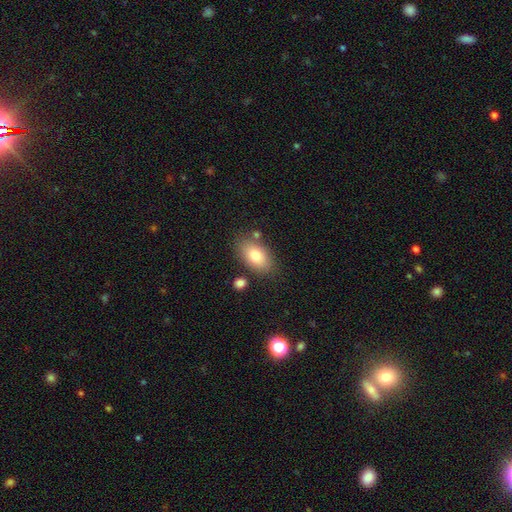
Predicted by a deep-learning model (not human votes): Smooth or featured? smooth (79%)
How rounded? in between (91%)
Merging? none (77%)